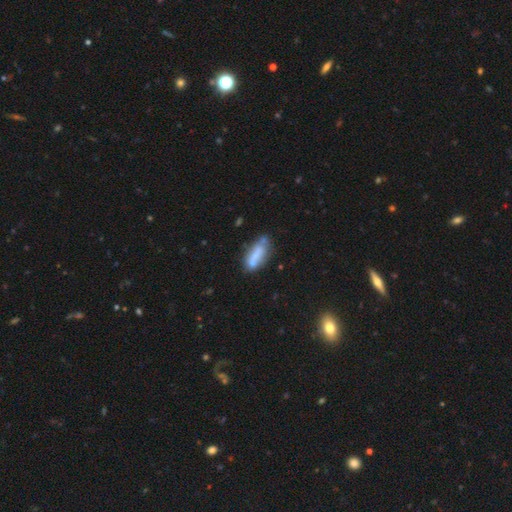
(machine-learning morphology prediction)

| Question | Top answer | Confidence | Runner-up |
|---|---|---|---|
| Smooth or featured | smooth | 63% | featured or disk (29%) |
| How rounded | in between | 65% | cigar-shaped (33%) |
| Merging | none | 51% | minor disturbance (23%) |